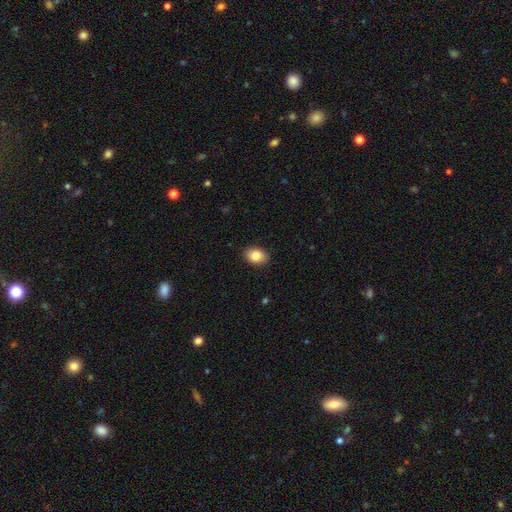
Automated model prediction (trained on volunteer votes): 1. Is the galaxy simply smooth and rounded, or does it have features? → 85% smooth, 8% star or artifact, 7% featured or disk.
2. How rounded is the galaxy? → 70% in between, 29% round, 1% cigar-shaped.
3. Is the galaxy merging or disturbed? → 89% none, 8% minor disturbance, 2% major disturbance, 1% merger.